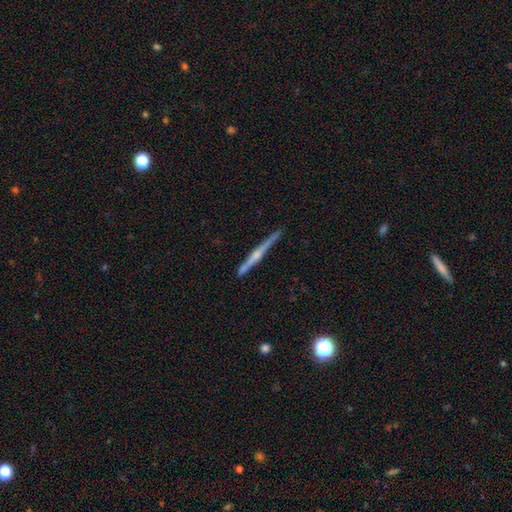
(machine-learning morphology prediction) Smooth or featured? featured or disk (77%)
Edge-on disk? yes (98%)
Edge-on bulge? rounded (79%)
Merging? none (88%)